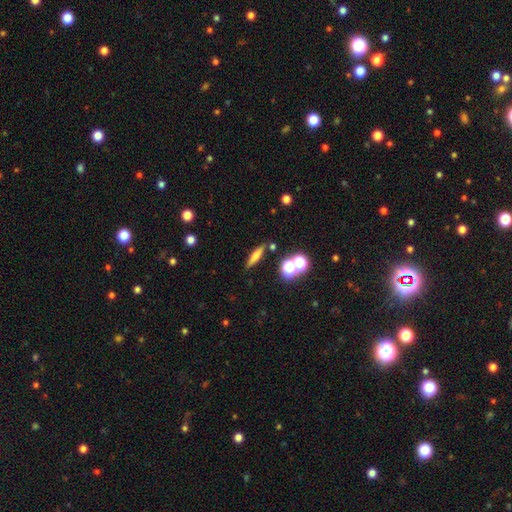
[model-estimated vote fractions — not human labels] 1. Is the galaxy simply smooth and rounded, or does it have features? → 61% smooth, 25% featured or disk, 14% star or artifact.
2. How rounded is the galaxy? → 73% cigar-shaped, 19% in between, 8% round.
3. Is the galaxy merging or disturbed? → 82% none, 9% minor disturbance, 6% merger, 3% major disturbance.